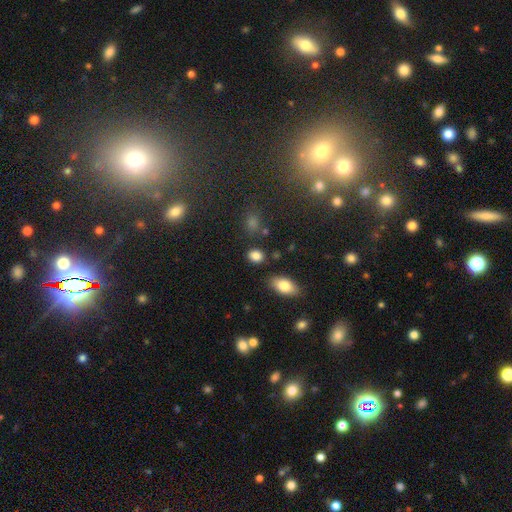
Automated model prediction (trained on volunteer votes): smooth-or-featured: smooth: 85% | star or artifact: 10% | featured or disk: 4%
  how-rounded: in between: 52% | round: 46% | cigar-shaped: 2%
  merging: none: 81% | minor disturbance: 11% | merger: 5% | major disturbance: 3%